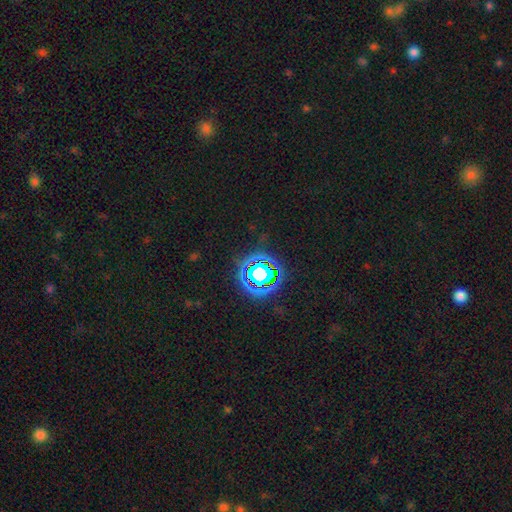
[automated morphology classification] The model was most divided on "smooth or featured": star or artifact: 80%, smooth: 14%, featured or disk: 7%.